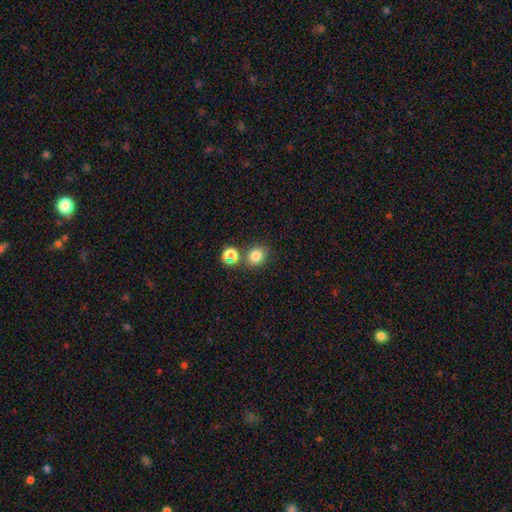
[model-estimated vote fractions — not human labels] Smooth or featured?
  - smooth: 80% *
  - star or artifact: 14%
  - featured or disk: 6%
How rounded?
  - round: 65% *
  - in between: 34%
  - cigar-shaped: 1%
Merging?
  - none: 72% *
  - merger: 15%
  - minor disturbance: 10%
  - major disturbance: 3%